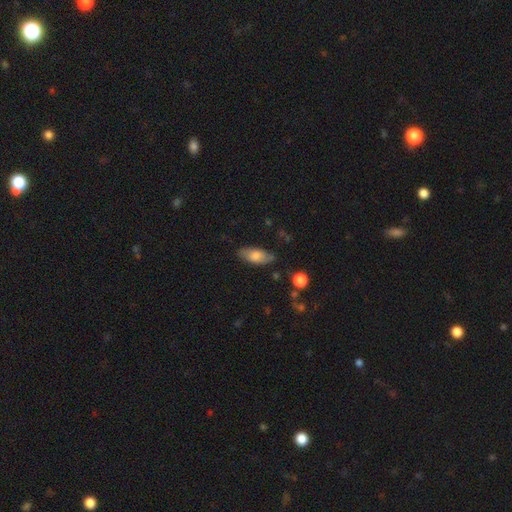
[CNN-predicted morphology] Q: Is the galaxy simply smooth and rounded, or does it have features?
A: smooth — 73%.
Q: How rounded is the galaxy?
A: in between — 84%.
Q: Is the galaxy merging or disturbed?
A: none — 76%.